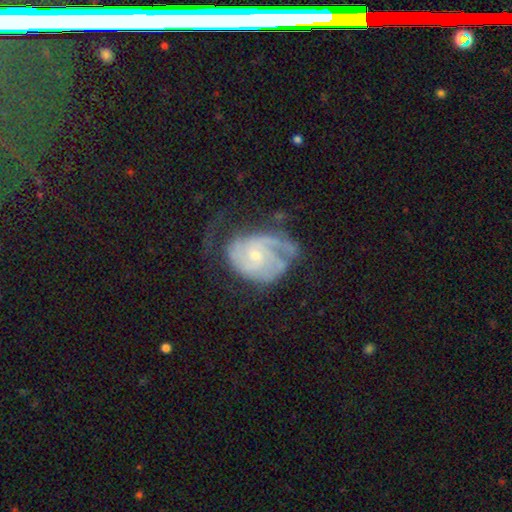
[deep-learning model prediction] Q: Smooth or featured?
A: featured or disk (84%); runner-up: smooth (11%)
Q: Edge-on disk?
A: no (98%); runner-up: yes (2%)
Q: Bar?
A: no (72%); runner-up: weak (24%)
Q: Spiral arms?
A: yes (94%); runner-up: no (6%)
Q: Spiral winding?
A: tight (52%); runner-up: medium (35%)
Q: Spiral arm count?
A: 2 (30%); runner-up: can't tell (26%)
Q: Bulge size?
A: small (60%); runner-up: moderate (37%)
Q: Merging?
A: none (42%); runner-up: major disturbance (30%)